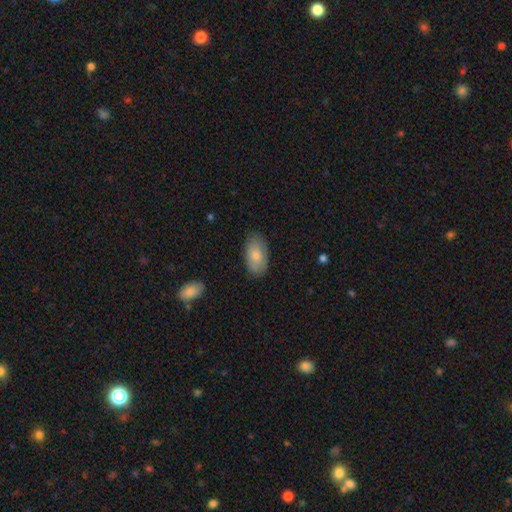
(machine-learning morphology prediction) Overall: smooth (80%). How rounded: in between (94%). Merging: none (83%).